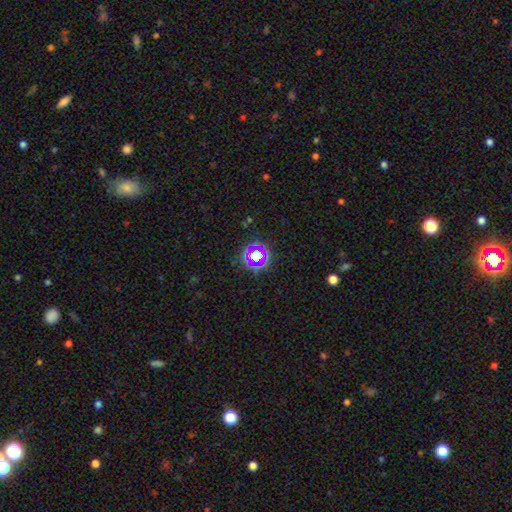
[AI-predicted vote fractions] Smooth or featured?
  - star or artifact: 60% *
  - smooth: 28%
  - featured or disk: 12%